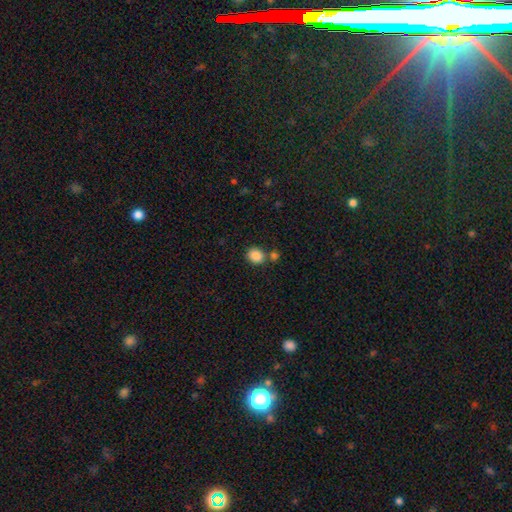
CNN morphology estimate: Q: Smooth or featured?
A: smooth (87%); runner-up: star or artifact (9%)
Q: How rounded?
A: round (68%); runner-up: in between (31%)
Q: Merging?
A: none (69%); runner-up: merger (17%)